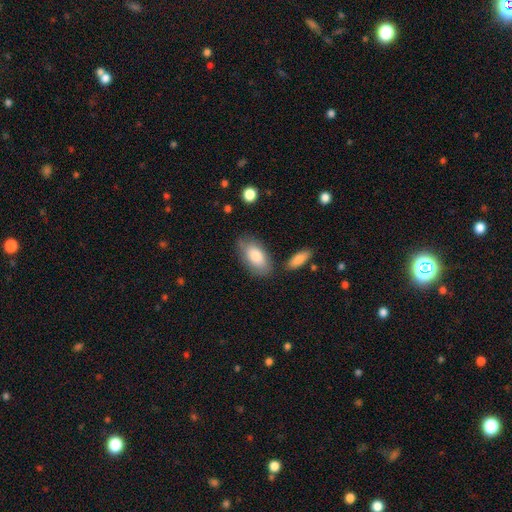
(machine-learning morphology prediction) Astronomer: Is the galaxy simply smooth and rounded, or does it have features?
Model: smooth — 82%.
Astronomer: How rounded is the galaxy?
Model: in between — 93%.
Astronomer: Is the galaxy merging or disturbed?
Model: none — 72%.